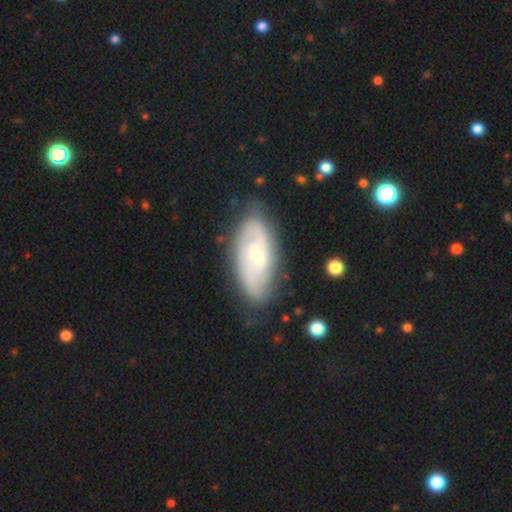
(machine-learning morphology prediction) smooth-or-featured: featured or disk: 71% | smooth: 23% | star or artifact: 6%
  disk-edge-on: no: 91% | yes: 9%
    bar: weak: 53% | no: 26% | strong: 21%
    has-spiral-arms: yes: 82% | no: 18%
      spiral-winding: tight: 49% | medium: 37% | loose: 14%
      spiral-arm-count: 2: 52% | can't tell: 34% | 3: 5% | 1: 5% | 4: 2% | more than 4: 2%
    bulge-size: small: 50% | moderate: 40% | none: 5% | large: 4% | dominant: 1%
  merging: none: 74% | minor disturbance: 19% | major disturbance: 5% | merger: 2%